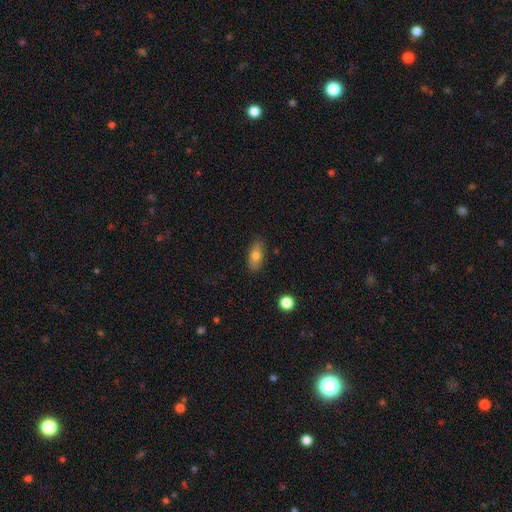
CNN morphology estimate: The model was most divided on "smooth or featured": smooth: 74%, featured or disk: 19%, star or artifact: 7%. More confident: merging — none (85%); how rounded — in between (82%).